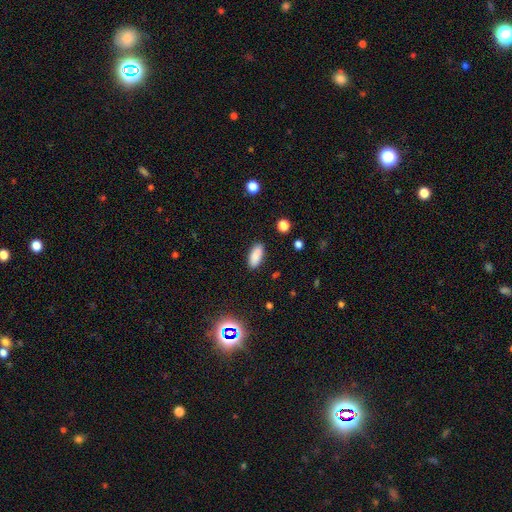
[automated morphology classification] Overall: smooth (87%). How rounded: in between (83%). Merging: none (87%).